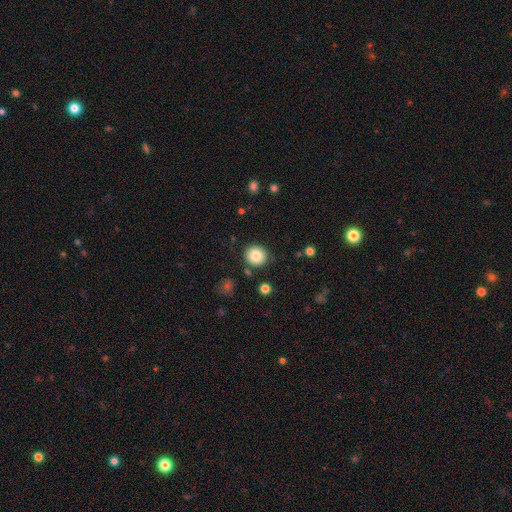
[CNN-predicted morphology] A smooth galaxy with no disk features (83%) that is round (90%). Merging: none (88%).